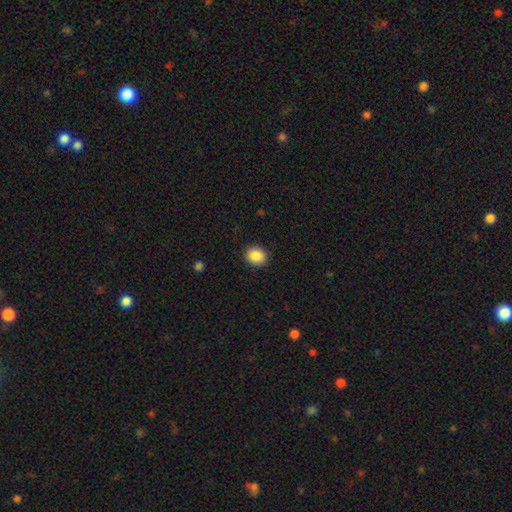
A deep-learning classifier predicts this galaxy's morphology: smooth 89%, star or artifact 8%, featured or disk 3%. Down the decision tree: how rounded — in between (51%); merging — none (89%).